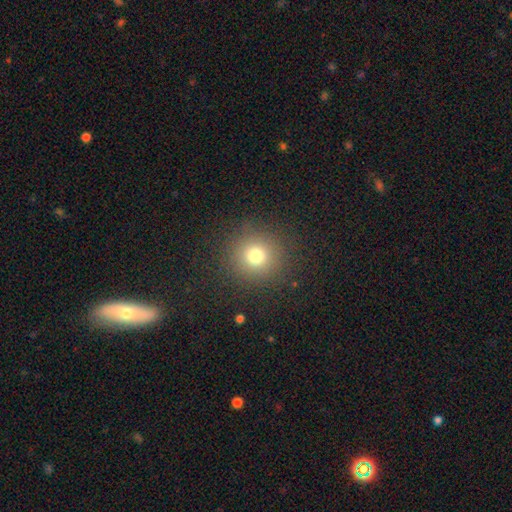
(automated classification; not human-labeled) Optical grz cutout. It shows a smooth galaxy with no disk features (75%) that is round (94%). Merging: none (89%).